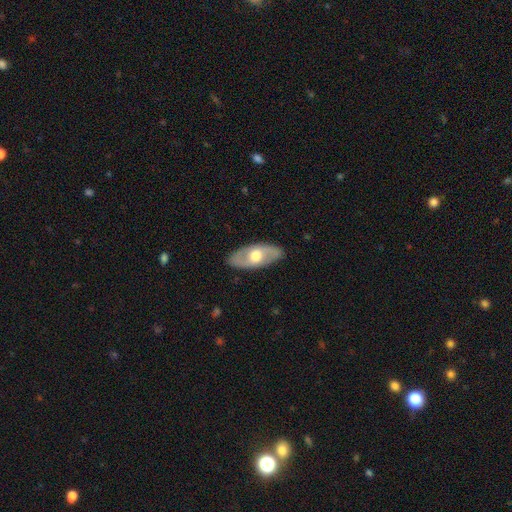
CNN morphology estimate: Smooth or featured? Predicted: featured or disk (p=0.58). Edge-on disk? Predicted: no (p=0.81). Merging? Predicted: none (p=0.86).